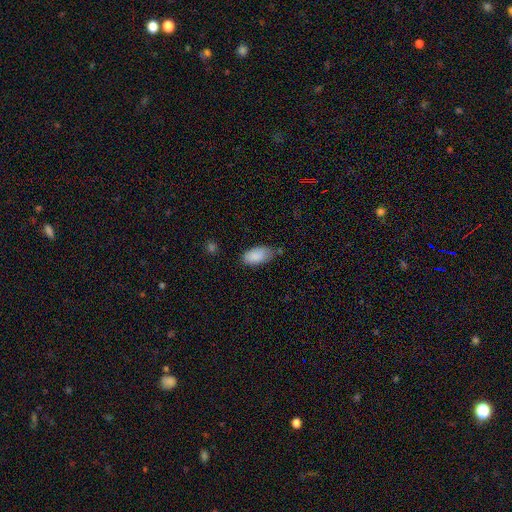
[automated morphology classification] smooth-or-featured: smooth: 88% | star or artifact: 7% | featured or disk: 5%
  how-rounded: in between: 94% | cigar-shaped: 3% | round: 3%
  merging: none: 61% | minor disturbance: 29% | major disturbance: 6% | merger: 5%